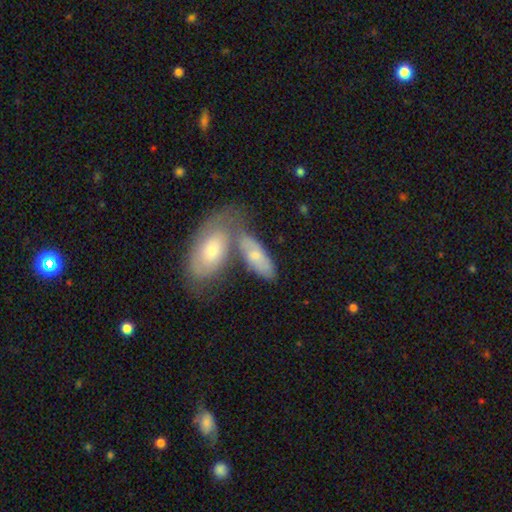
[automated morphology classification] A smooth galaxy with no disk features (60%) that is in between round and cigar-shaped (77%).

Vote fractions:
- Smooth or featured? smooth: 60% / featured or disk: 34% / star or artifact: 6%
- How rounded? in between: 77% / cigar-shaped: 20% / round: 4%
- Merging? merger: 46% / none: 34% / minor disturbance: 14% / major disturbance: 6%